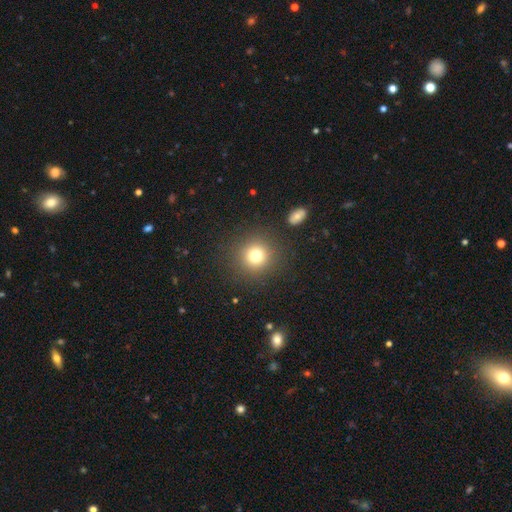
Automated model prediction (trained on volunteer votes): Smooth or featured? smooth (77%)
How rounded? round (92%)
Merging? none (88%)